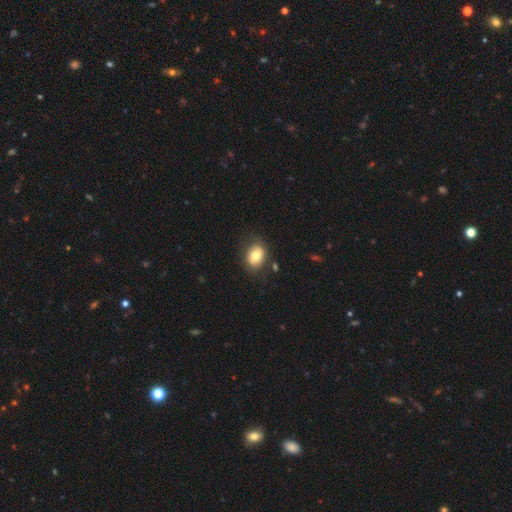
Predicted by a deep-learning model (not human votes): Smooth or featured? Predicted: smooth (p=0.76). How rounded? Predicted: in between (p=0.64). Merging? Predicted: none (p=0.81).